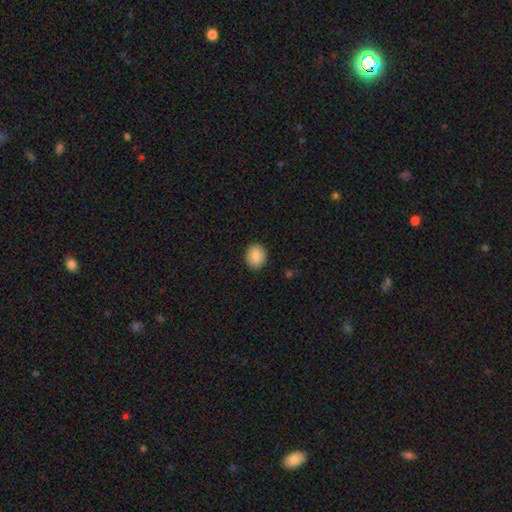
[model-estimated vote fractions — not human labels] Smooth or featured? smooth (87%)
How rounded? round (64%)
Merging? none (89%)